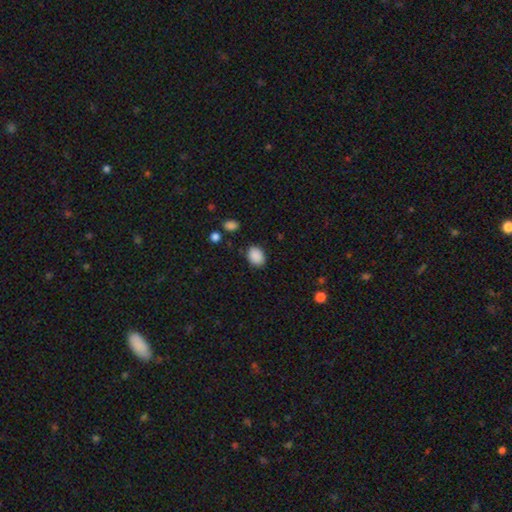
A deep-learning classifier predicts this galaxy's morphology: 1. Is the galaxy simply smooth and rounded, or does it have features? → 89% smooth, 8% star or artifact, 3% featured or disk.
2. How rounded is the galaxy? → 66% in between, 33% round, 1% cigar-shaped.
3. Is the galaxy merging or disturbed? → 85% none, 10% minor disturbance, 3% major disturbance, 2% merger.